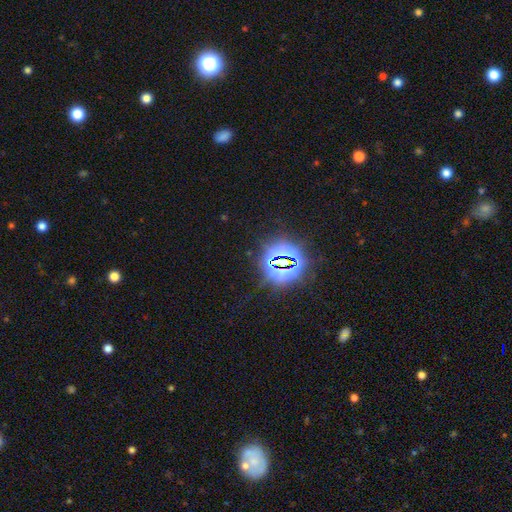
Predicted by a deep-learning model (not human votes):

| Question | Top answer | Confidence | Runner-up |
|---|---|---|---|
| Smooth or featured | star or artifact | 82% | smooth (11%) |